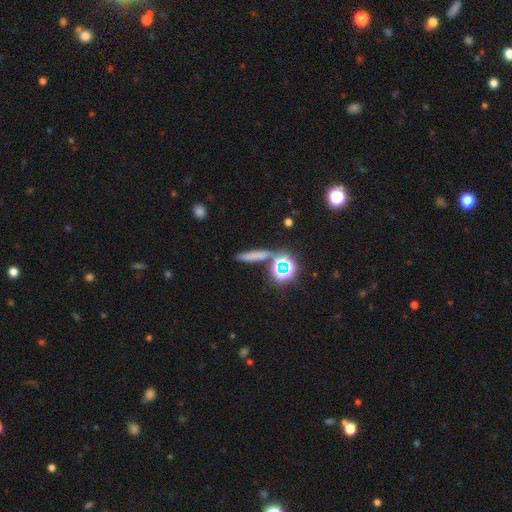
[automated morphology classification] Smooth or featured? Predicted: smooth (p=0.62). How rounded? Predicted: cigar-shaped (p=0.76). Merging? Predicted: none (p=0.76).